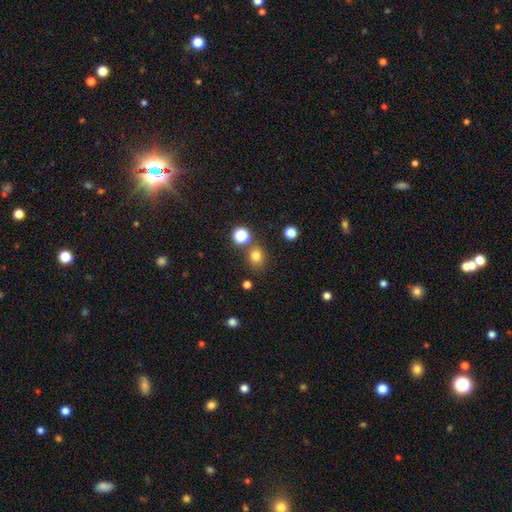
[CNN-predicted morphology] Smooth or featured? Predicted: smooth (p=0.78). How rounded? Predicted: round (p=0.73). Merging? Predicted: none (p=0.78).